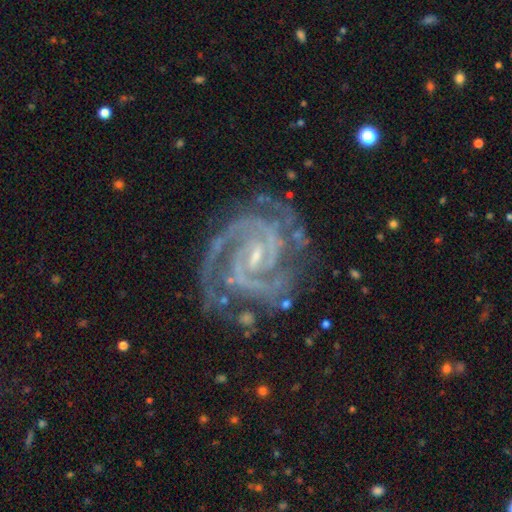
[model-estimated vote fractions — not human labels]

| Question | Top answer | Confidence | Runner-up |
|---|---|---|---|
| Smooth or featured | featured or disk | 92% | star or artifact (5%) |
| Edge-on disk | no | 98% | yes (2%) |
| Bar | weak | 50% | strong (25%) |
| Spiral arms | yes | 99% | no (1%) |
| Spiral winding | tight | 67% | medium (30%) |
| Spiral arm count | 2 | 67% | 3 (15%) |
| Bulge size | small | 76% | moderate (15%) |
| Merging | none | 74% | minor disturbance (17%) |